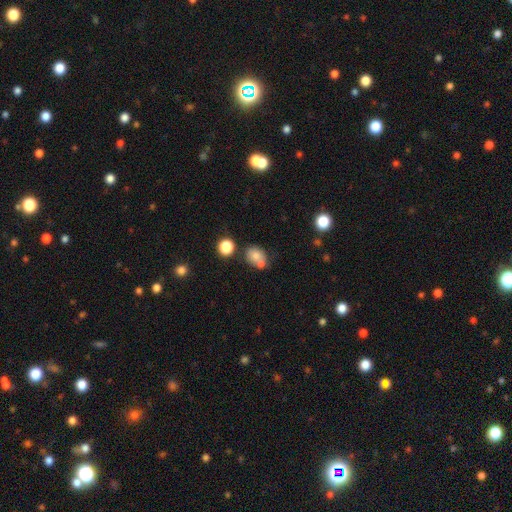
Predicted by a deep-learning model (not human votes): Smooth or featured?
  - smooth: 75% *
  - featured or disk: 13%
  - star or artifact: 12%
How rounded?
  - round: 60% *
  - in between: 39%
  - cigar-shaped: 1%
Merging?
  - none: 46% *
  - merger: 36%
  - minor disturbance: 13%
  - major disturbance: 5%